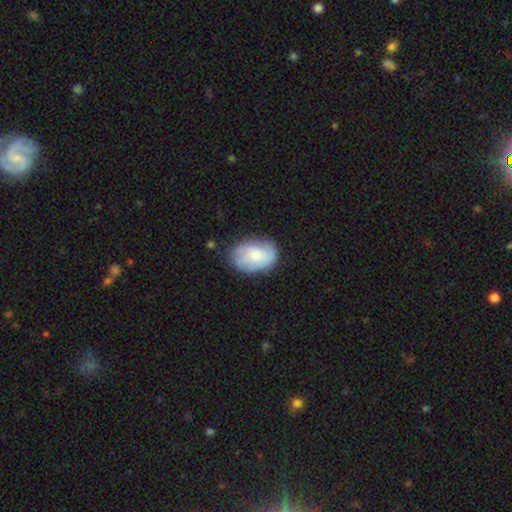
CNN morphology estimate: Smooth or featured: smooth — 56% (featured or disk — 37%)
How rounded: in between — 78% (round — 21%)
Merging: none — 72% (minor disturbance — 21%)